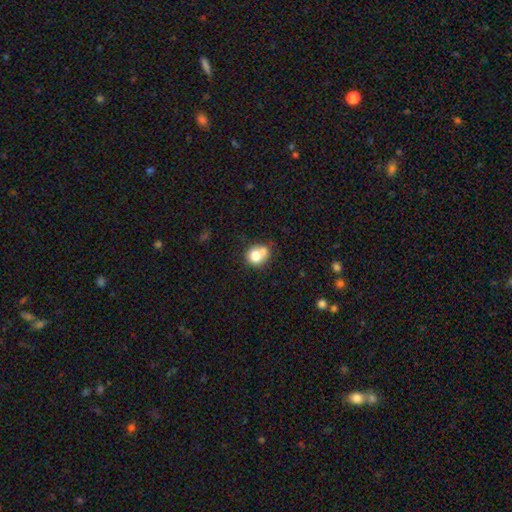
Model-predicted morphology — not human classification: A smooth galaxy with no disk features (74%) that is round (73%).

Vote fractions:
- Smooth or featured? smooth: 74% / featured or disk: 16% / star or artifact: 10%
- How rounded? round: 73% / in between: 26% / cigar-shaped: 1%
- Merging? none: 40% / merger: 39% / minor disturbance: 15% / major disturbance: 6%